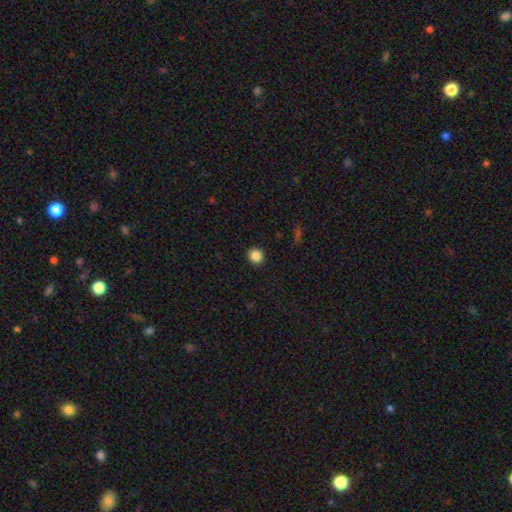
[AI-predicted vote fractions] Smooth or featured: smooth — 86% (star or artifact — 10%)
How rounded: round — 85% (in between — 14%)
Merging: none — 92% (minor disturbance — 5%)